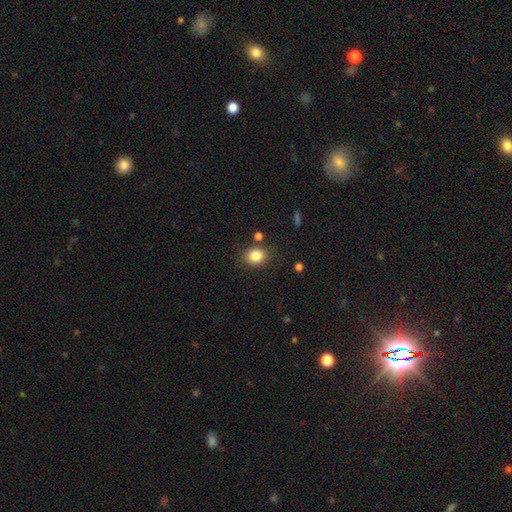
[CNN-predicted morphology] This appears to be a smooth galaxy with no disk features (83%) that is round (60%). Merging: none (81%).